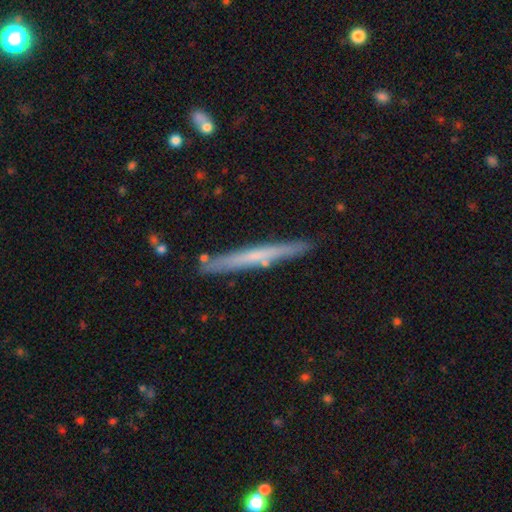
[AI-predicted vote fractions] The model was most divided on "smooth or featured" (2-way tie): featured or disk: 47%, smooth: 47%, star or artifact: 6%. More confident: merging — none (88%).